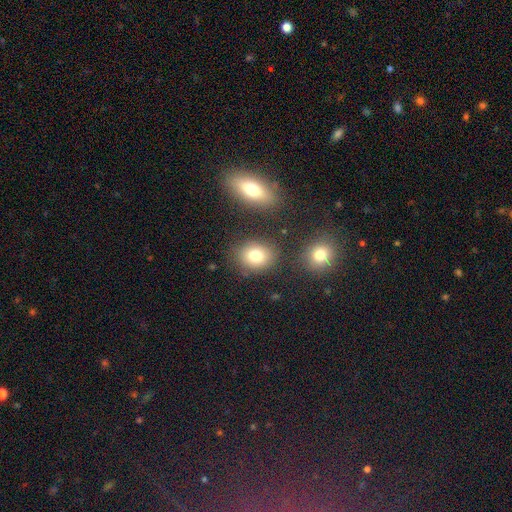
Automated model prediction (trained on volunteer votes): Q: Smooth or featured?
A: smooth (79%); runner-up: star or artifact (11%)
Q: How rounded?
A: round (50%); runner-up: in between (49%)
Q: Merging?
A: none (79%); runner-up: minor disturbance (10%)